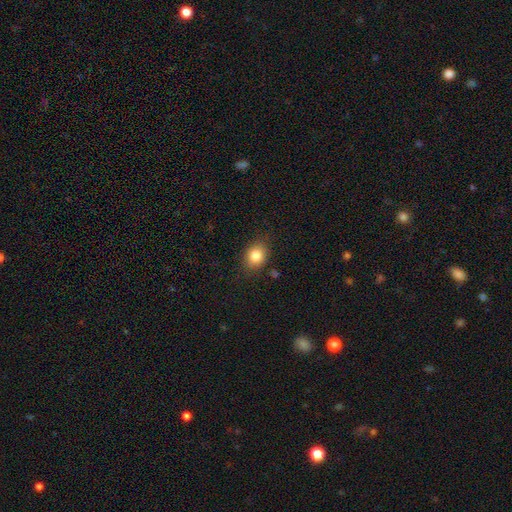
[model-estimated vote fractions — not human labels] Smooth or featured: smooth — 84% (star or artifact — 9%)
How rounded: in between — 53% (round — 45%)
Merging: none — 82% (minor disturbance — 13%)